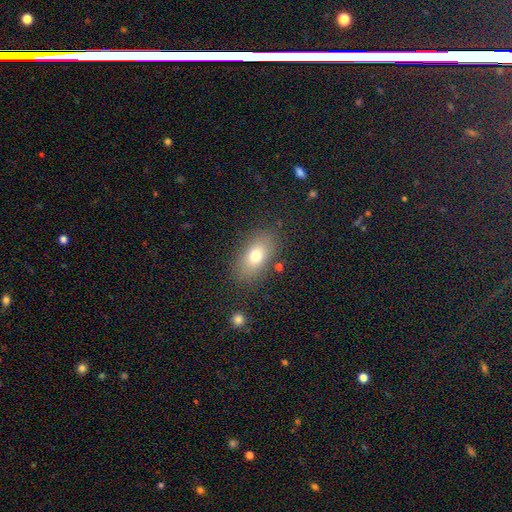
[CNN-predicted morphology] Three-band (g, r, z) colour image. It shows a smooth galaxy with no disk features (74%) that is in between round and cigar-shaped (86%). Merging: none (82%).